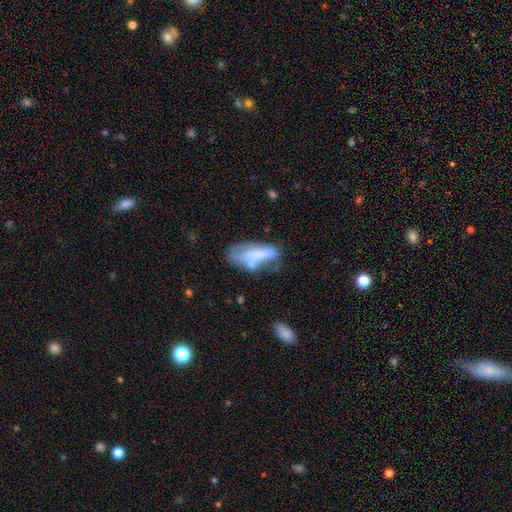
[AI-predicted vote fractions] Overall: smooth (51%; featured or disk 40%). How rounded: in between (73%). Merging: major disturbance (30%; none 28%).